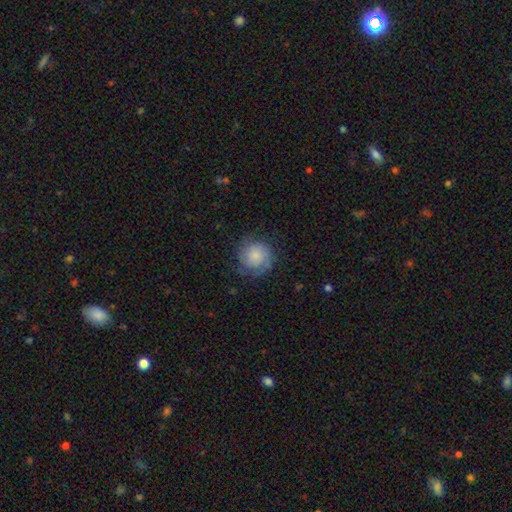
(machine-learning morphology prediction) smooth-or-featured: featured or disk: 48% | smooth: 45% | star or artifact: 8%
  merging: none: 71% | minor disturbance: 18% | major disturbance: 10% | merger: 1%